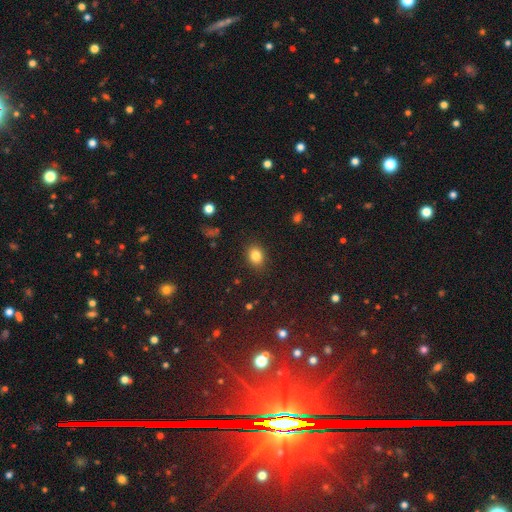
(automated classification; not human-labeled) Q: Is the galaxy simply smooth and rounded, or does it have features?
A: smooth — 83%.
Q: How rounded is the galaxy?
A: round — 52%.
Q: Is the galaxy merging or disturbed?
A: none — 88%.